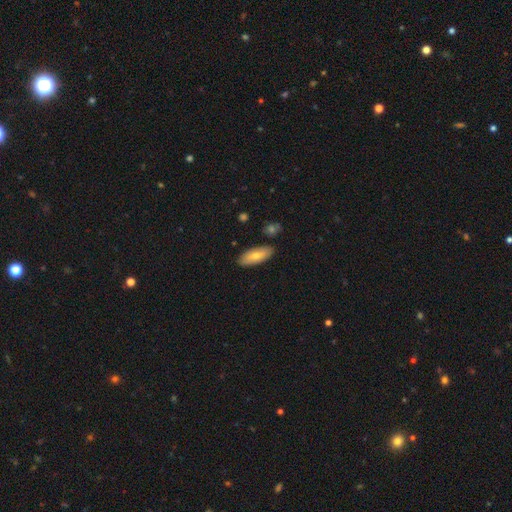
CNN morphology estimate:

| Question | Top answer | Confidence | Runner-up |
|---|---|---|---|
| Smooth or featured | smooth | 71% | featured or disk (23%) |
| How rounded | in between | 77% | cigar-shaped (21%) |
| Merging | none | 86% | minor disturbance (10%) |